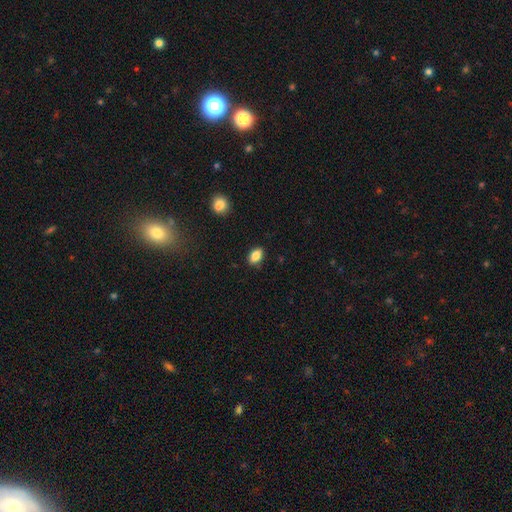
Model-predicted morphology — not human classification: Smooth or featured? smooth (85%)
How rounded? in between (87%)
Merging? none (87%)